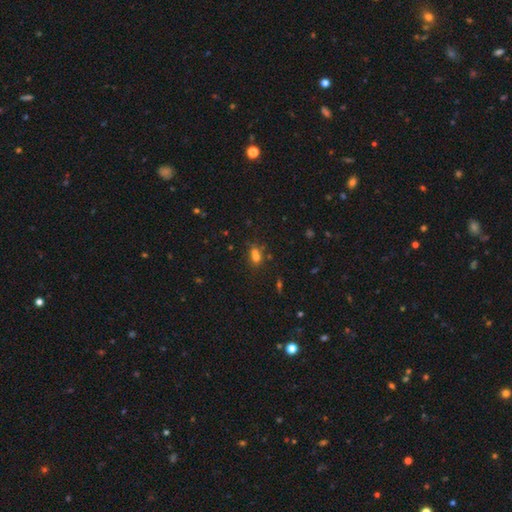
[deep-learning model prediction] Overall: smooth (60%; star or artifact 25%). How rounded: round (59%; in between 38%). Merging: merger (45%; none 41%).